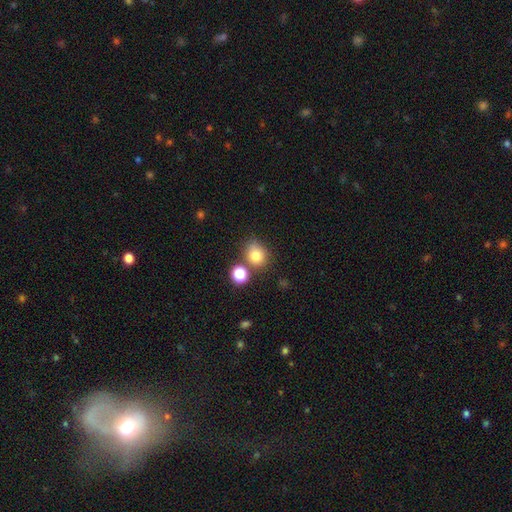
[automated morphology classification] smooth-or-featured: smooth: 79% | star or artifact: 13% | featured or disk: 8%
  how-rounded: round: 70% | in between: 29% | cigar-shaped: 1%
  merging: none: 65% | merger: 16% | minor disturbance: 14% | major disturbance: 5%